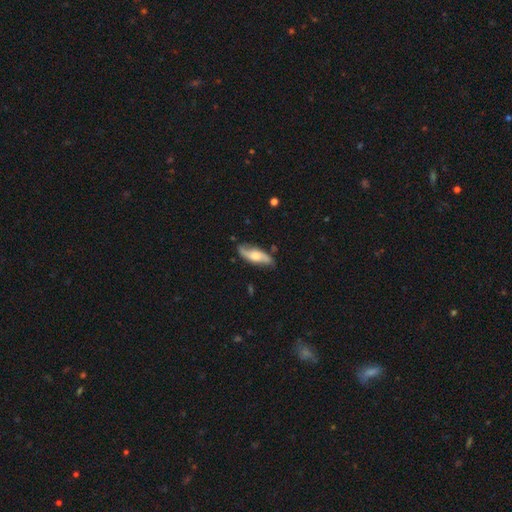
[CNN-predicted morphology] Overall: featured or disk (63%; smooth 31%). Edge-on disk: no (79%). Bar: no (60%; weak 32%). Spiral arms: yes (91%). Bulge size: moderate (49%; large 22%). Merging: none (78%).